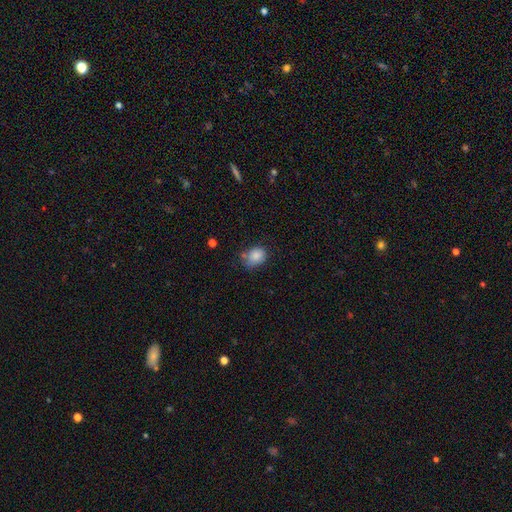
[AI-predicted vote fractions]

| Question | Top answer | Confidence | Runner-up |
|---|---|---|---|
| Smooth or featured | smooth | 85% | star or artifact (9%) |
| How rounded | in between | 55% | round (44%) |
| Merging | none | 61% | minor disturbance (28%) |